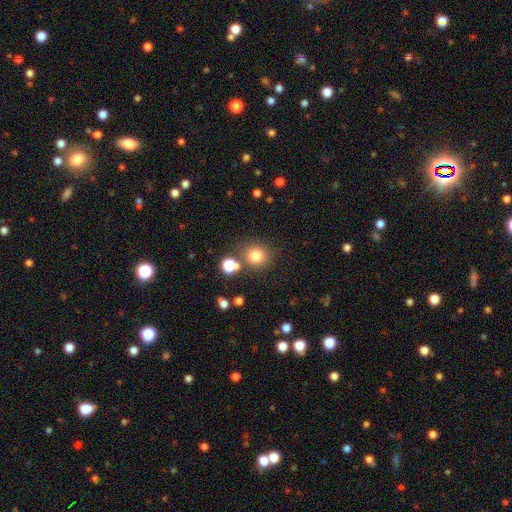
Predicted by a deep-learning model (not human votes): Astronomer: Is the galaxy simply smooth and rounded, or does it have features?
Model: smooth — 78%.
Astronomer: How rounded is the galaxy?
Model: round — 90%.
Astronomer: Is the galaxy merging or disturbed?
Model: none — 77%.